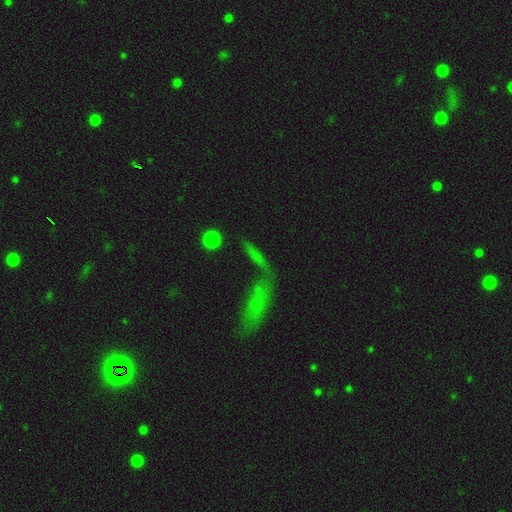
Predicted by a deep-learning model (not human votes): Q: Smooth or featured?
A: smooth (59%); runner-up: featured or disk (21%)
Q: How rounded?
A: cigar-shaped (65%); runner-up: in between (20%)
Q: Merging?
A: none (72%); runner-up: minor disturbance (12%)